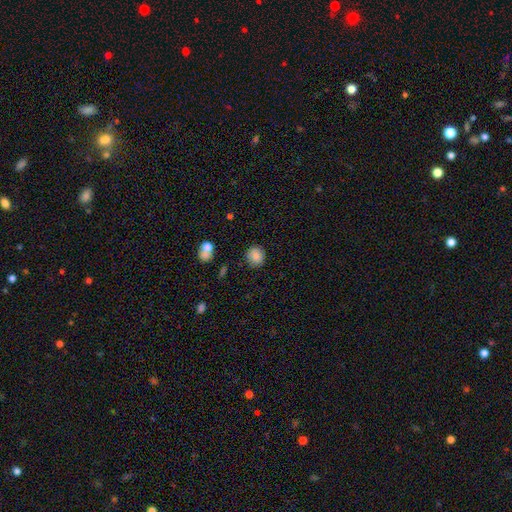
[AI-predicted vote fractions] smooth_or_featured: smooth (p=0.85) [alt: star or artifact p=0.09]
how_rounded: round (p=0.81) [alt: in between p=0.18]
merging: none (p=0.84) [alt: minor disturbance p=0.11]